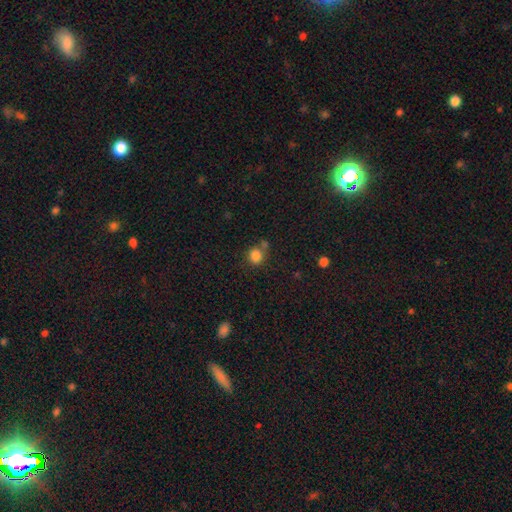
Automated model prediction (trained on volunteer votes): Smooth or featured? Predicted: smooth (p=0.84). How rounded? Predicted: round (p=0.82). Merging? Predicted: none (p=0.63).